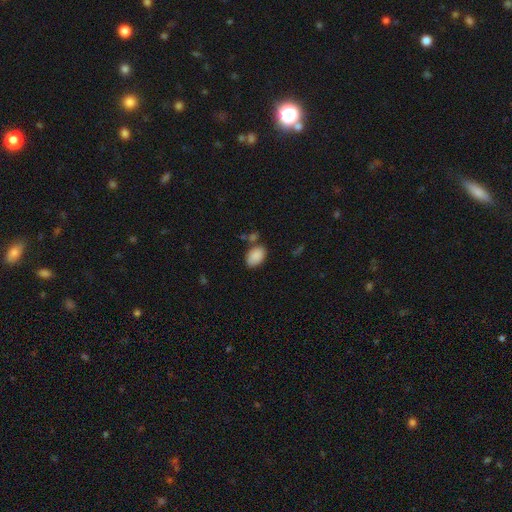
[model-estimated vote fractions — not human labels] The model was most divided on "merging": none: 68%, minor disturbance: 17%, merger: 10%, major disturbance: 4%. More confident: how rounded — in between (88%); smooth or featured — smooth (88%).